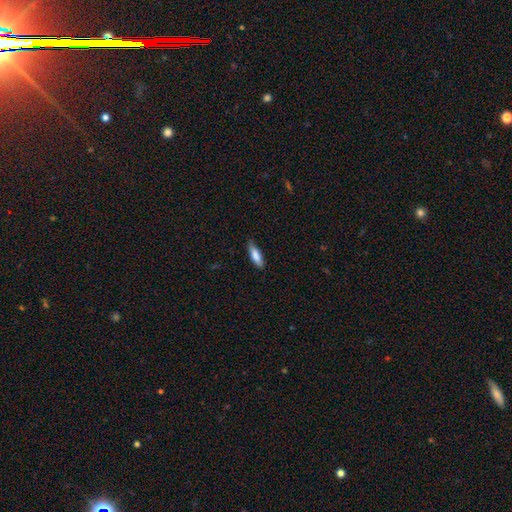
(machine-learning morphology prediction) Smooth or featured? smooth (79%)
How rounded? cigar-shaped (55%)
Merging? none (78%)